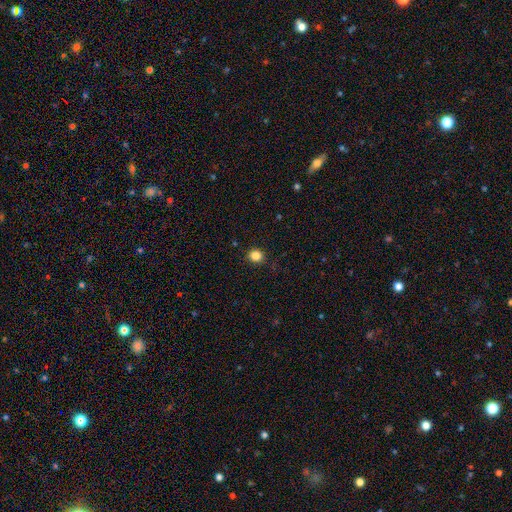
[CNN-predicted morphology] Smooth or featured? smooth (85%)
How rounded? round (84%)
Merging? none (90%)